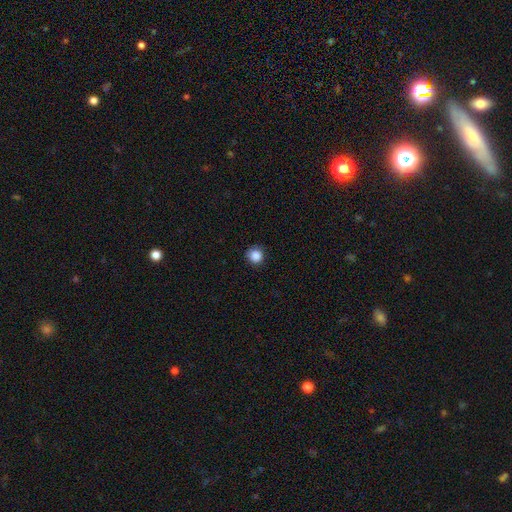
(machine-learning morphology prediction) smooth 87%, star or artifact 10%, featured or disk 3%. Down the decision tree: how rounded — round (94%); merging — none (88%).